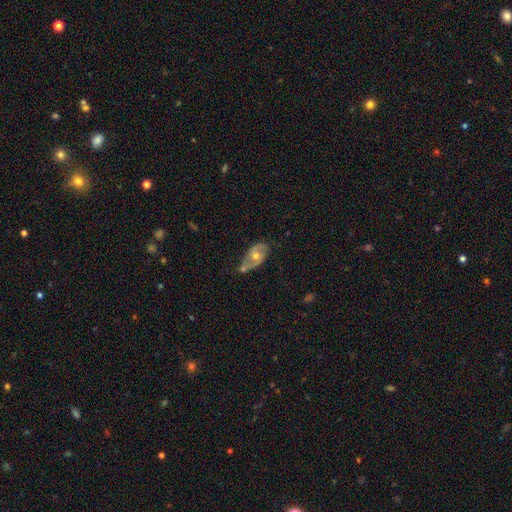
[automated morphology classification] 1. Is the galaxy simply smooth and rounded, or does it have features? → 66% featured or disk, 27% smooth, 7% star or artifact.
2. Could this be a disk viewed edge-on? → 93% no, 7% yes.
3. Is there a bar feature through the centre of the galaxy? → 71% no, 24% weak, 5% strong.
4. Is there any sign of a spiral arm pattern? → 76% yes, 24% no.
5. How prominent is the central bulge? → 70% moderate, 23% small, 5% large, 1% none, 1% dominant.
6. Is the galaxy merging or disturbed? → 44% none, 28% minor disturbance, 16% merger, 12% major disturbance.